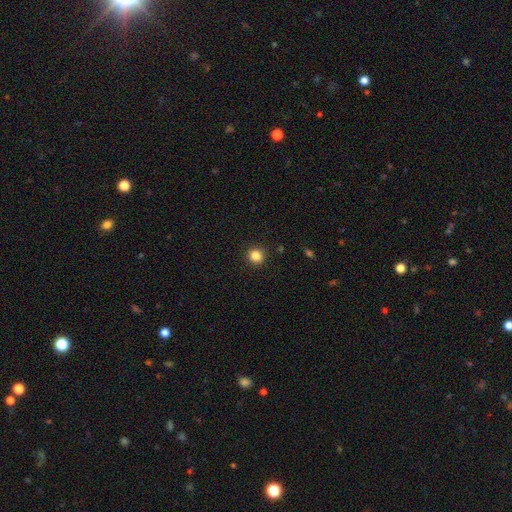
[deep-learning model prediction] smooth-or-featured: smooth: 84% | star or artifact: 11% | featured or disk: 5%
  how-rounded: round: 90% | in between: 9% | cigar-shaped: 1%
  merging: none: 92% | minor disturbance: 5% | major disturbance: 2% | merger: 1%